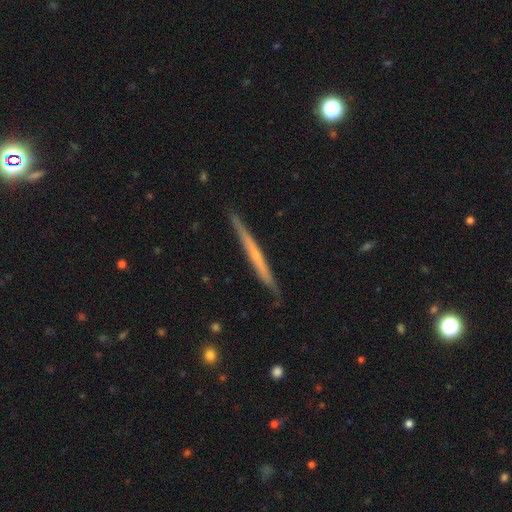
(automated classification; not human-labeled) Smooth or featured? Predicted: featured or disk (p=0.65). Edge-on disk? Predicted: yes (p=0.97). Edge-on bulge? Predicted: none (p=0.61). Merging? Predicted: none (p=0.87).